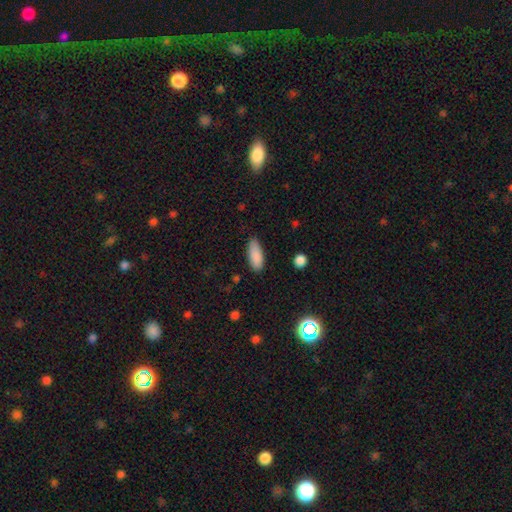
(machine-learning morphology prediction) smooth_or_featured: smooth (p=0.88) [alt: star or artifact p=0.07]
how_rounded: in between (p=0.77) [alt: cigar-shaped p=0.21]
merging: none (p=0.83) [alt: minor disturbance p=0.13]